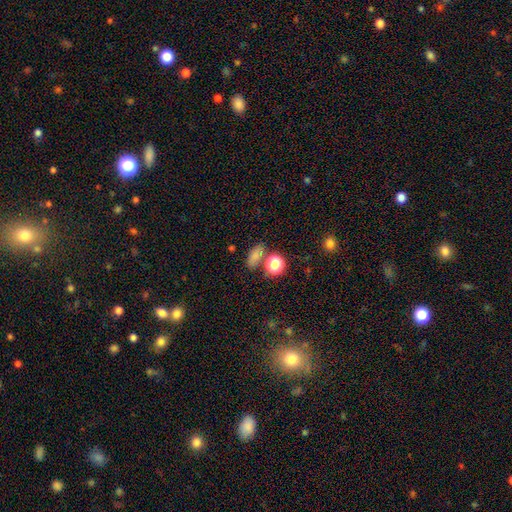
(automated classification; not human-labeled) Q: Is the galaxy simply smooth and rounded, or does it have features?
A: smooth — 74%.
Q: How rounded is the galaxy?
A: in between — 73%.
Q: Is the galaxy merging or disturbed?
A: none — 68%.